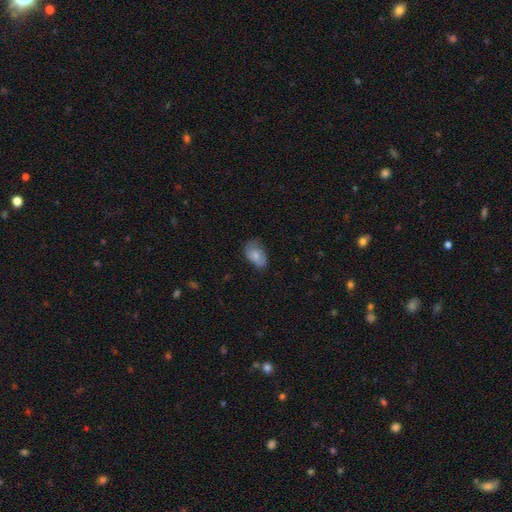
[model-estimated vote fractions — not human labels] A smooth galaxy with no disk features (72%) that is in between round and cigar-shaped (90%).

Vote fractions:
- Smooth or featured? smooth: 72% / featured or disk: 21% / star or artifact: 7%
- How rounded? in between: 90% / round: 8% / cigar-shaped: 2%
- Merging? none: 53% / minor disturbance: 34% / major disturbance: 11% / merger: 1%